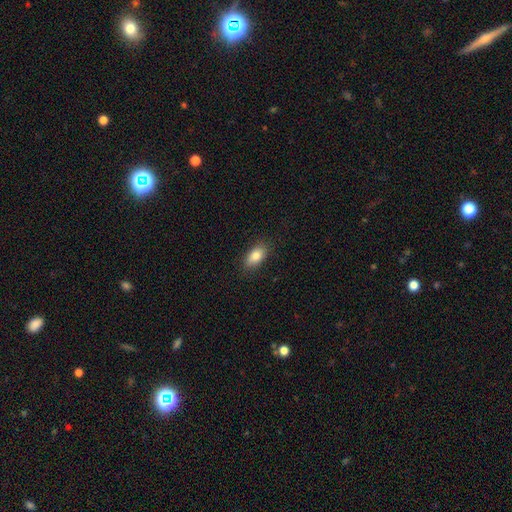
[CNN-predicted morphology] Smooth or featured? smooth (83%)
How rounded? in between (88%)
Merging? none (85%)